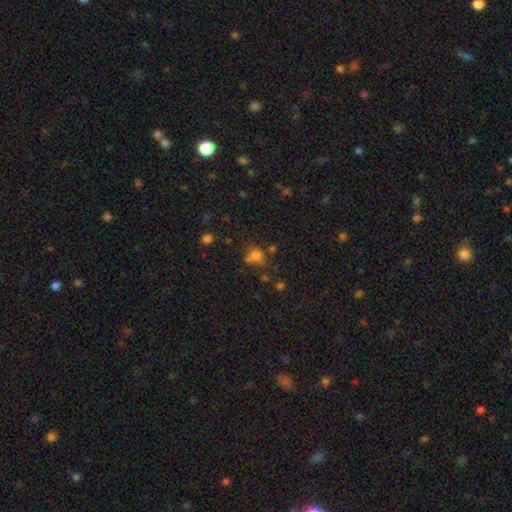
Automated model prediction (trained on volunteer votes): A smooth galaxy with no disk features (68%) that is round (69%). Merging: none (48%).